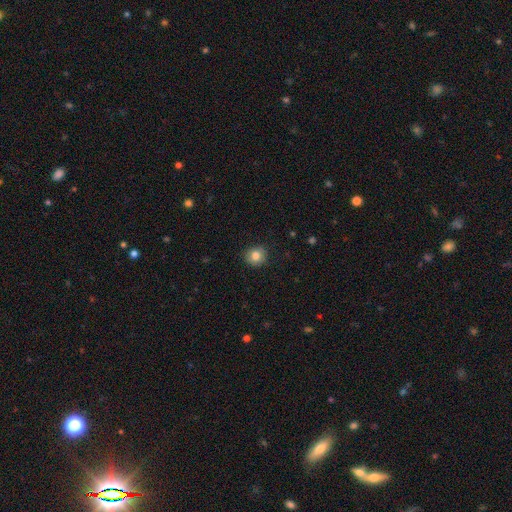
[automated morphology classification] Smooth or featured: smooth — 83% (star or artifact — 10%)
How rounded: round — 85% (in between — 14%)
Merging: none — 85% (minor disturbance — 12%)